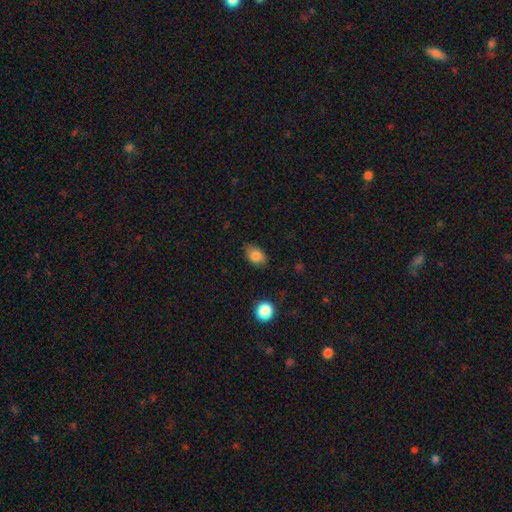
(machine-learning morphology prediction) smooth-or-featured: smooth: 84% | star or artifact: 9% | featured or disk: 7%
  how-rounded: in between: 83% | round: 16% | cigar-shaped: 2%
  merging: none: 78% | minor disturbance: 17% | major disturbance: 4% | merger: 1%